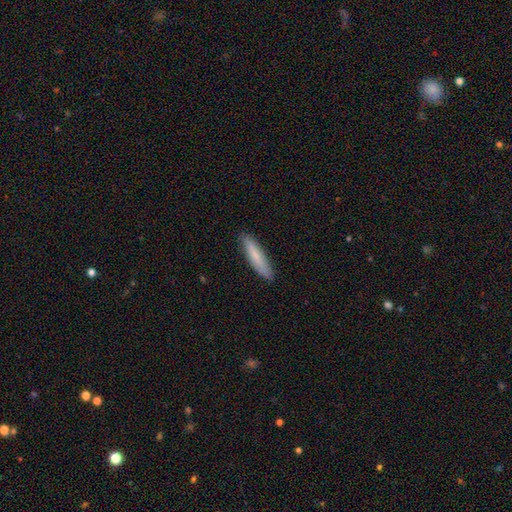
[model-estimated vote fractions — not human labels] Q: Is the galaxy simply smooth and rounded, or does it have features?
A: smooth — 76%.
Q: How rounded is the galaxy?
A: cigar-shaped — 83%.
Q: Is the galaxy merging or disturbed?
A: none — 88%.